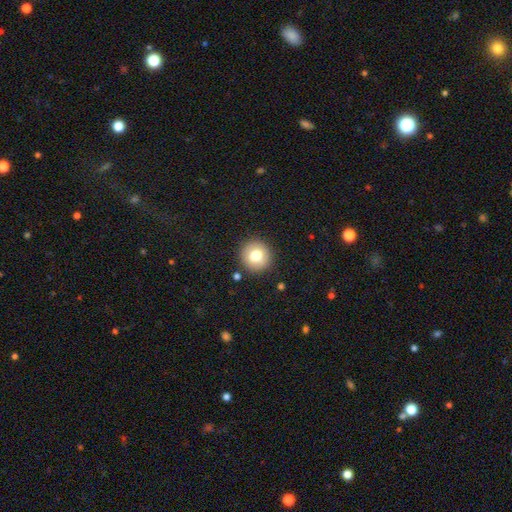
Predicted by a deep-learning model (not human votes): Smooth or featured? Predicted: smooth (p=0.75). How rounded? Predicted: round (p=0.93). Merging? Predicted: none (p=0.90).